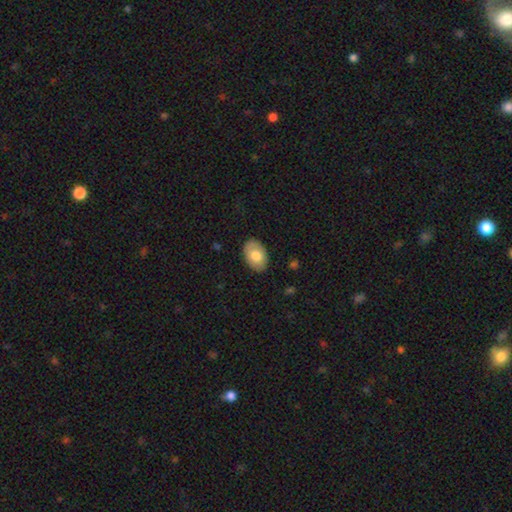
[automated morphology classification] smooth-or-featured: smooth: 74% | featured or disk: 20% | star or artifact: 6%
  how-rounded: in between: 88% | round: 11% | cigar-shaped: 1%
  merging: none: 85% | minor disturbance: 11% | major disturbance: 2% | merger: 1%